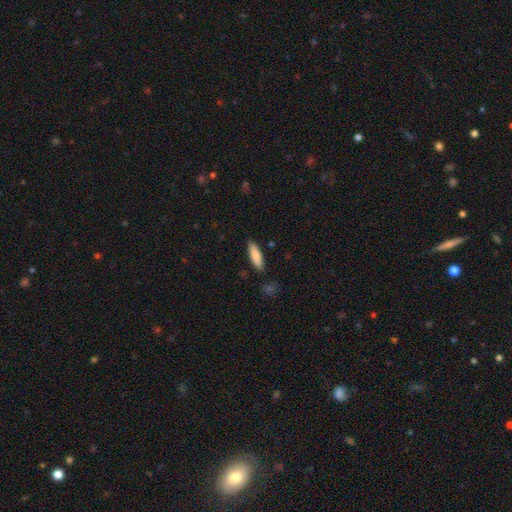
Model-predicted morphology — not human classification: A smooth galaxy with no disk features (79%) that is cigar-shaped (57%). Merging: none (87%).